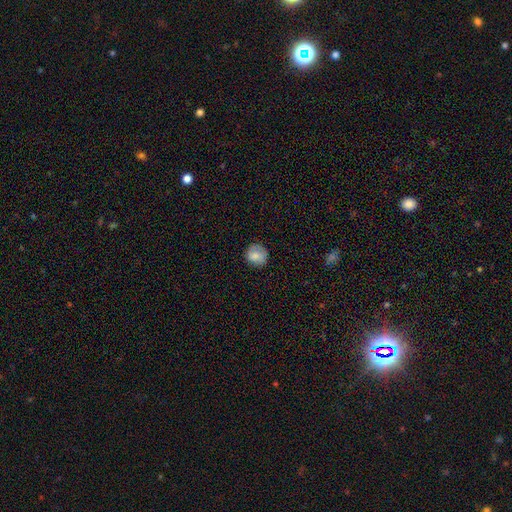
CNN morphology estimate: Smooth or featured? smooth (76%)
How rounded? round (83%)
Merging? none (74%)